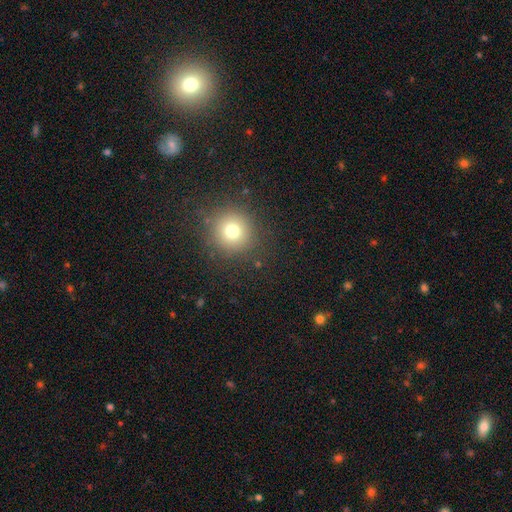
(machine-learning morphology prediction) A smooth galaxy with no disk features (59%) that is round (93%).

Vote fractions:
- Smooth or featured? smooth: 59% / star or artifact: 33% / featured or disk: 8%
- How rounded? round: 93% / in between: 6% / cigar-shaped: 1%
- Merging? none: 90% / minor disturbance: 6% / major disturbance: 3% / merger: 2%